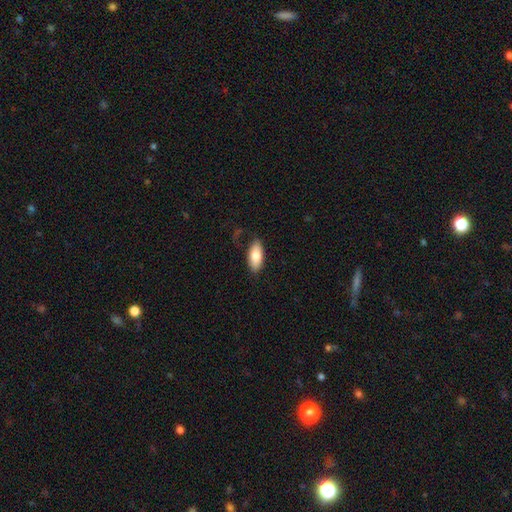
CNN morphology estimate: smooth 81%, featured or disk 13%, star or artifact 6%. Down the decision tree: how rounded — in between (88%); merging — none (81%).